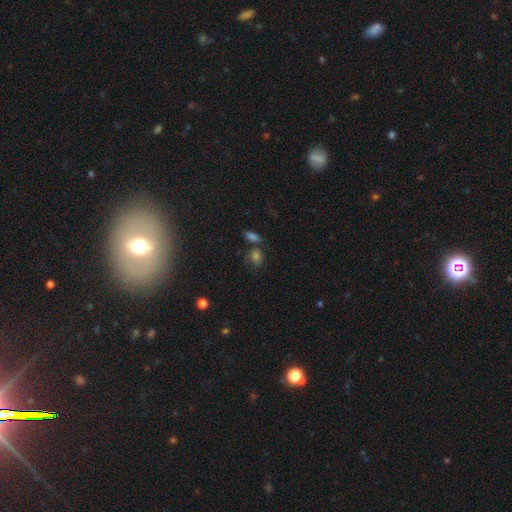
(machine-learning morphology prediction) Q: Smooth or featured?
A: smooth (55%); runner-up: star or artifact (31%)
Q: How rounded?
A: in between (50%); runner-up: round (44%)
Q: Merging?
A: none (65%); runner-up: merger (17%)